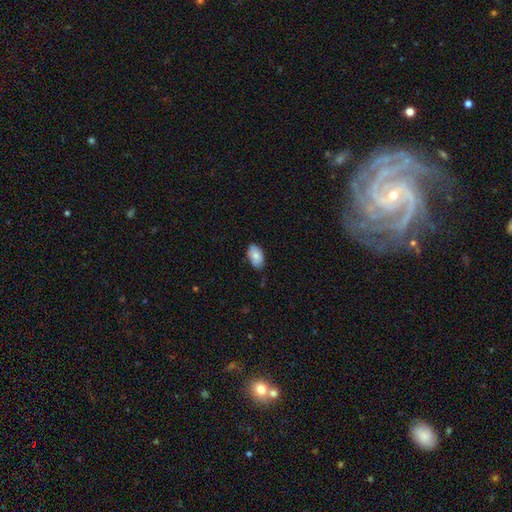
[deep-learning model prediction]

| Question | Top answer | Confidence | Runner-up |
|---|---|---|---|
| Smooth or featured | smooth | 81% | featured or disk (12%) |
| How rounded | in between | 94% | round (4%) |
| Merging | none | 79% | minor disturbance (17%) |